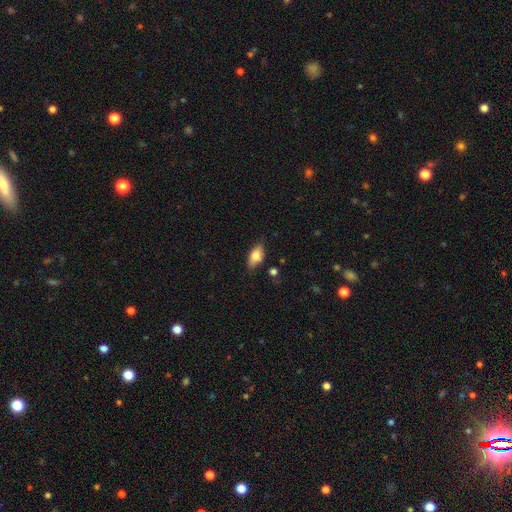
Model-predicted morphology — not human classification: Overall: smooth (73%). How rounded: in between (86%). Merging: none (74%).